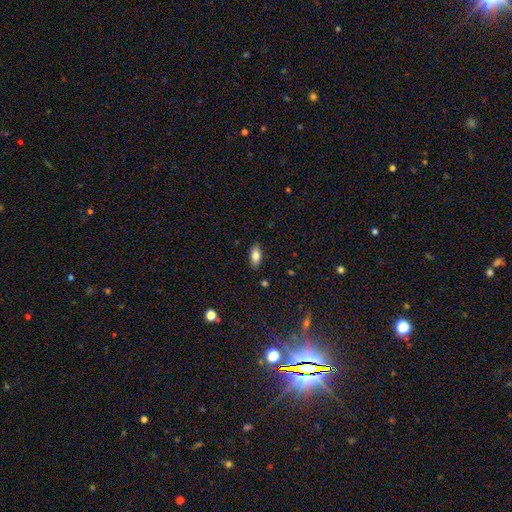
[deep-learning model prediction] This is likely a smooth galaxy (79%). How rounded: clearly in between (89%). Merging: clearly none (87%).